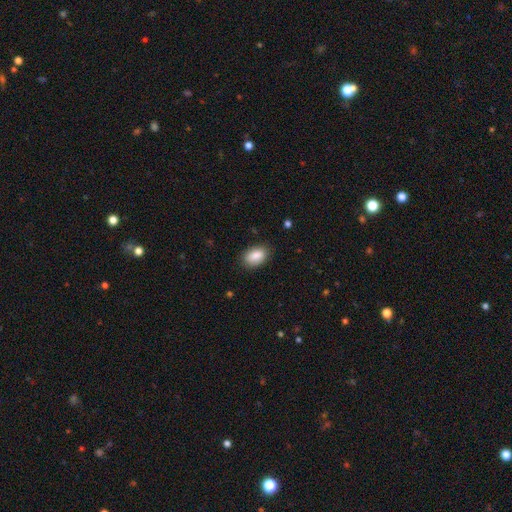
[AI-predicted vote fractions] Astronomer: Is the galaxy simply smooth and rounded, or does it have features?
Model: smooth — 88%.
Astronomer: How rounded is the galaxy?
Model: in between — 91%.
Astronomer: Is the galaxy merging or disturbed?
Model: none — 85%.